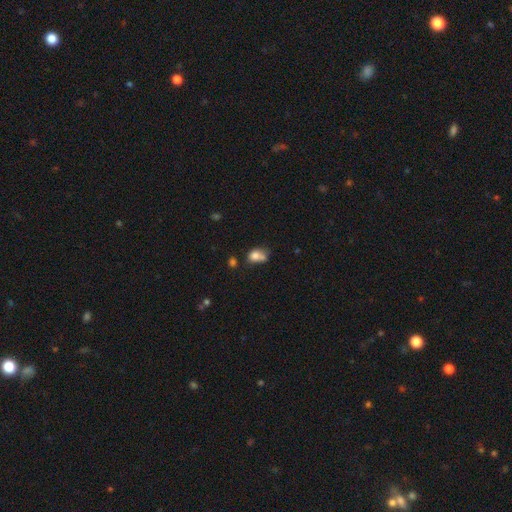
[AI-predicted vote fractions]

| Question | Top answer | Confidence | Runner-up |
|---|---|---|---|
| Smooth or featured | smooth | 74% | featured or disk (15%) |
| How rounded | in between | 59% | round (39%) |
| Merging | merger | 39% | none (32%) |